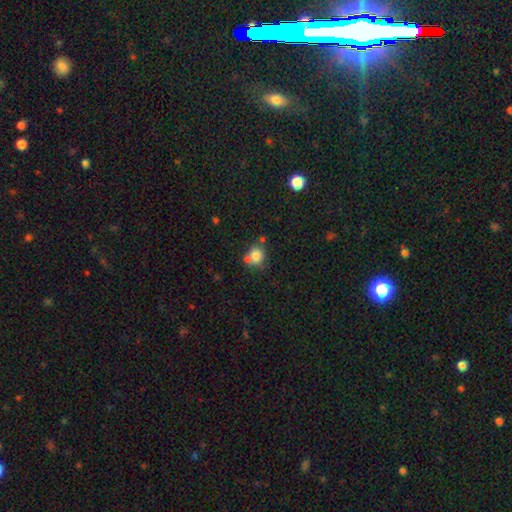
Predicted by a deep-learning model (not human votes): Overall: smooth (80%). How rounded: round (75%). Merging: none (53%; merger 28%).